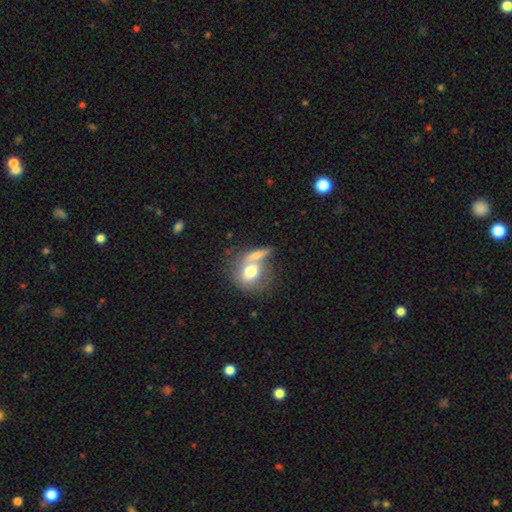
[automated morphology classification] Smooth or featured? smooth (64%)
How rounded? round (53%)
Merging? merger (44%)